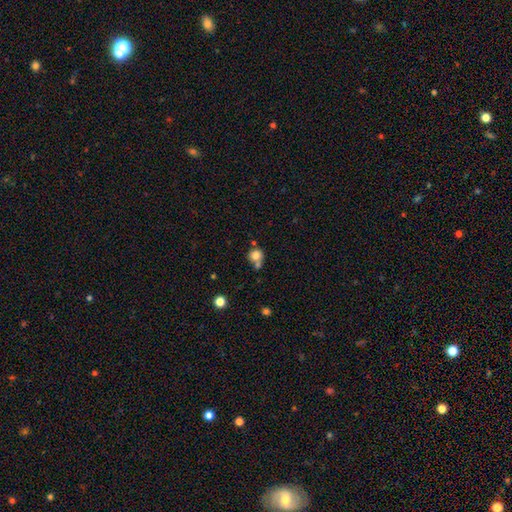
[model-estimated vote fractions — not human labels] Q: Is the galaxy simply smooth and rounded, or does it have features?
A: smooth — 78%.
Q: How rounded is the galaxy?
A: round — 86%.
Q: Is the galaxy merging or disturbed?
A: none — 48%.